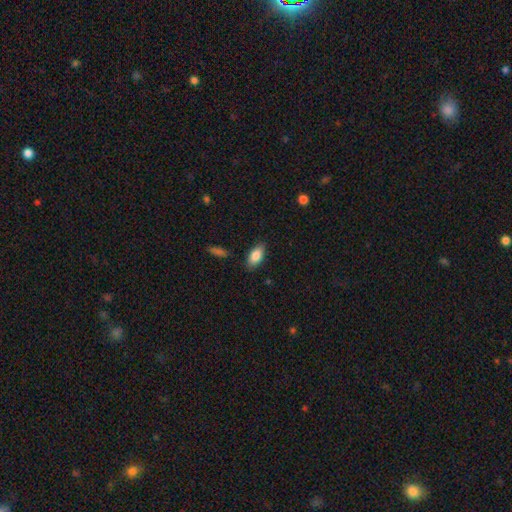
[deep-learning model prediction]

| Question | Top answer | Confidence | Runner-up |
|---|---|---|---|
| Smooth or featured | smooth | 85% | featured or disk (8%) |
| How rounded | in between | 90% | cigar-shaped (6%) |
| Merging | none | 84% | minor disturbance (12%) |